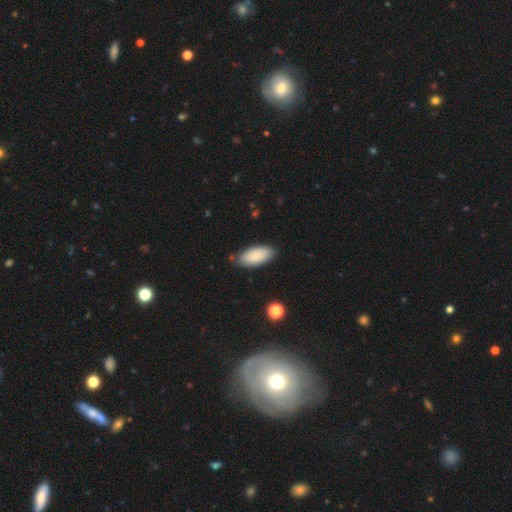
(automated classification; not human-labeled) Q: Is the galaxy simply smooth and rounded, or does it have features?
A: smooth — 87%.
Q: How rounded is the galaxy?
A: in between — 89%.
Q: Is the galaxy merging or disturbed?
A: none — 81%.